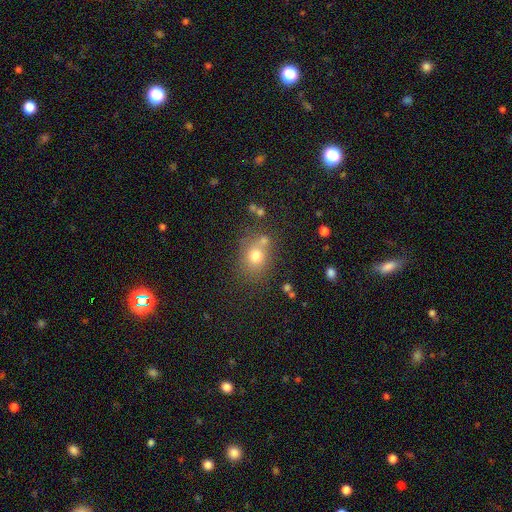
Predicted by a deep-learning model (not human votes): This is likely a smooth galaxy (72%). How rounded: likely round (61%). Merging: likely none (62%).